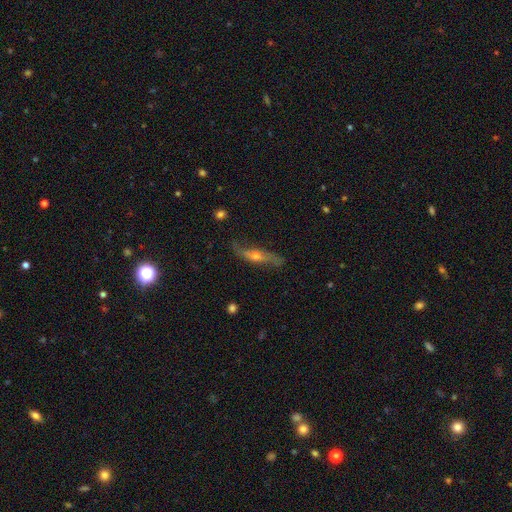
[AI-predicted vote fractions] Overall: featured or disk (65%; smooth 28%). Edge-on disk: no (50%, tied with yes). Merging: none (69%).